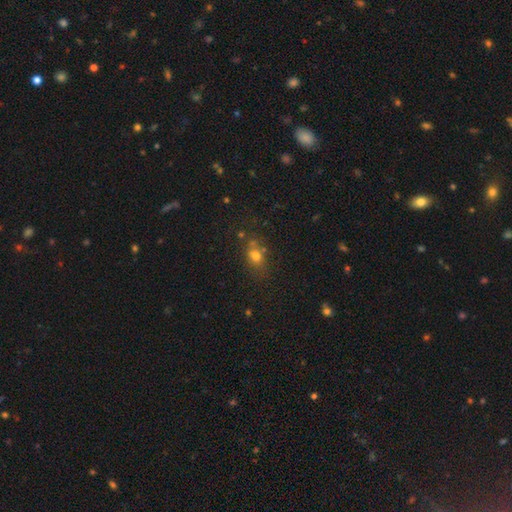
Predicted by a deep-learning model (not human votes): Morphology: type=smooth (71%); roundness=in between (58%); merging=none (60%).